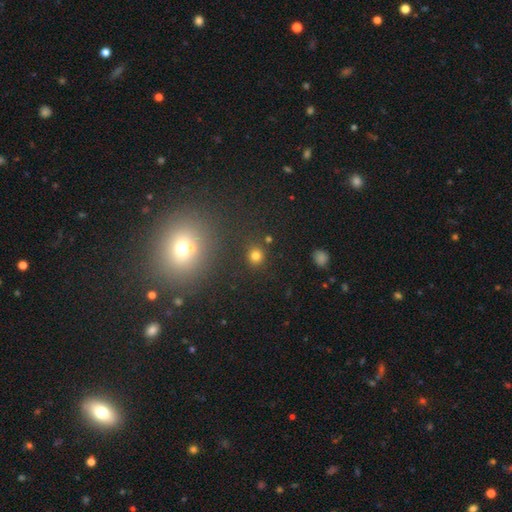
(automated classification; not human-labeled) smooth-or-featured: smooth: 75% | star or artifact: 18% | featured or disk: 7%
  how-rounded: round: 87% | in between: 12% | cigar-shaped: 1%
  merging: none: 85% | minor disturbance: 7% | merger: 5% | major disturbance: 3%